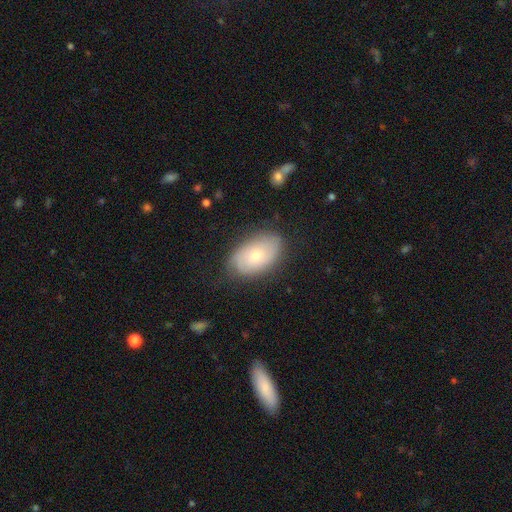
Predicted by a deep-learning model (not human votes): Overall: smooth (56%; featured or disk 37%). How rounded: in between (90%). Merging: none (77%).